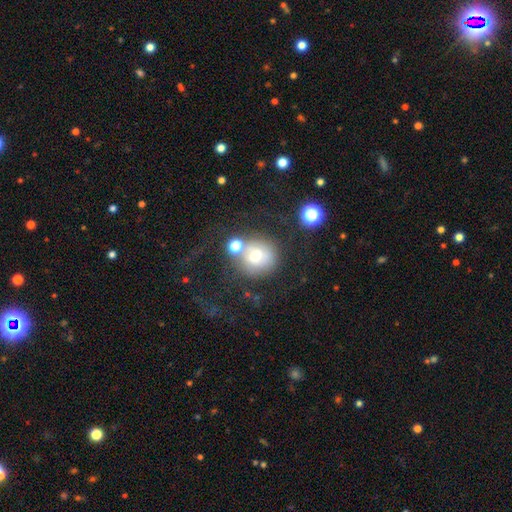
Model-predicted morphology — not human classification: This is likely a smooth galaxy (61%). How rounded: clearly round (90%). Merging: possibly none (56%).